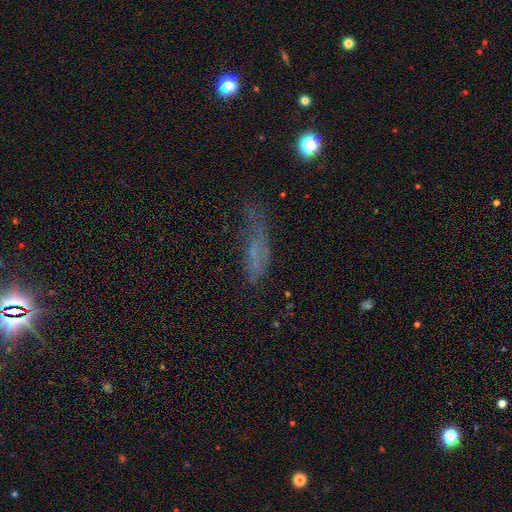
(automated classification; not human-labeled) Morphology: type=smooth (45%); merging=none (40%).